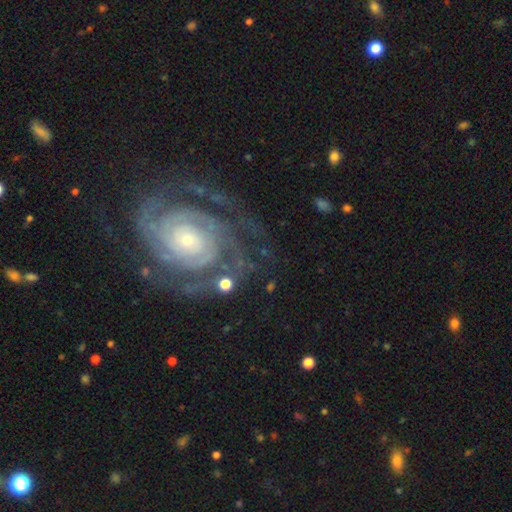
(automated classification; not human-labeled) Smooth or featured? Predicted: featured or disk (p=0.87). Edge-on disk? Predicted: no (p=0.97). Bar? Predicted: no (p=0.70). Spiral arms? Predicted: yes (p=0.98). Spiral winding? Predicted: tight (p=0.74). Spiral arm count? Predicted: 2 (p=0.39). Bulge size? Predicted: small (p=0.55). Merging? Predicted: none (p=0.75).